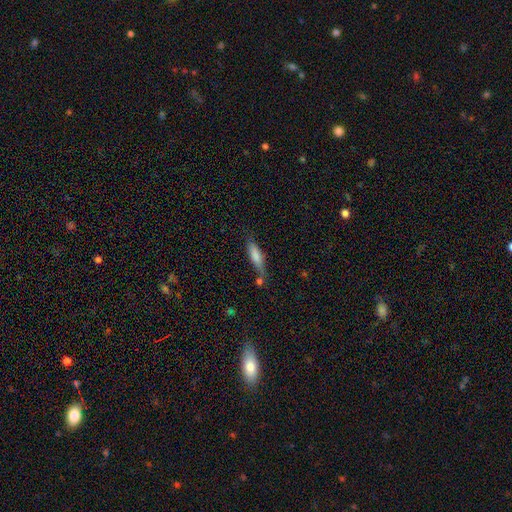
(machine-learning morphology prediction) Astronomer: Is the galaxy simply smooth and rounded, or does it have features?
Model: smooth — 75%.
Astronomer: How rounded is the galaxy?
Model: cigar-shaped — 64%.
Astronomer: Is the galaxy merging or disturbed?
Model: none — 52%.